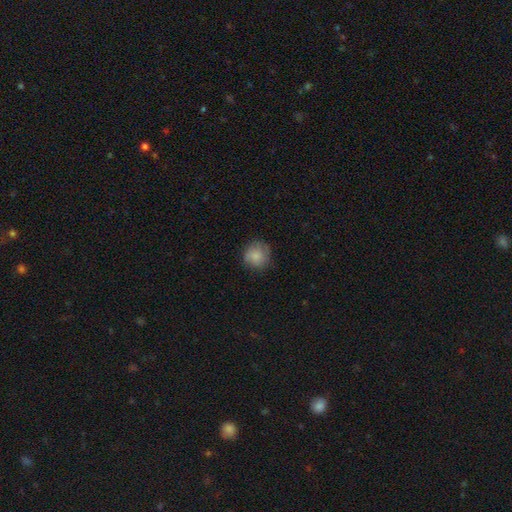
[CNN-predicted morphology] This appears to be a smooth galaxy with no disk features (83%) that is round (90%). Merging: none (77%).